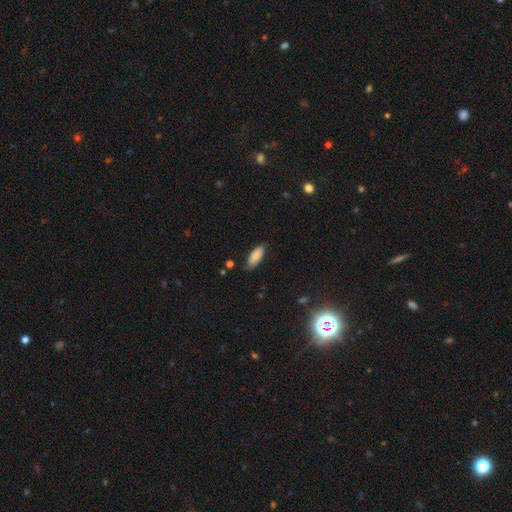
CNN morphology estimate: smooth 85%, featured or disk 8%, star or artifact 7%. Down the decision tree: how rounded — in between (74%); merging — none (76%).